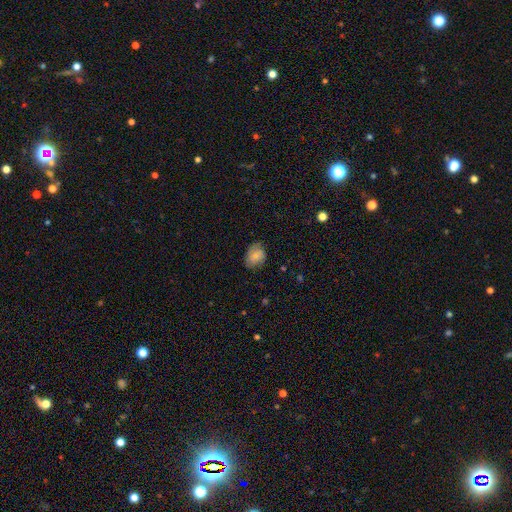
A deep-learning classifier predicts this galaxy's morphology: smooth 78%, featured or disk 14%, star or artifact 8%. Down the decision tree: how rounded — in between (65%); merging — none (65%).